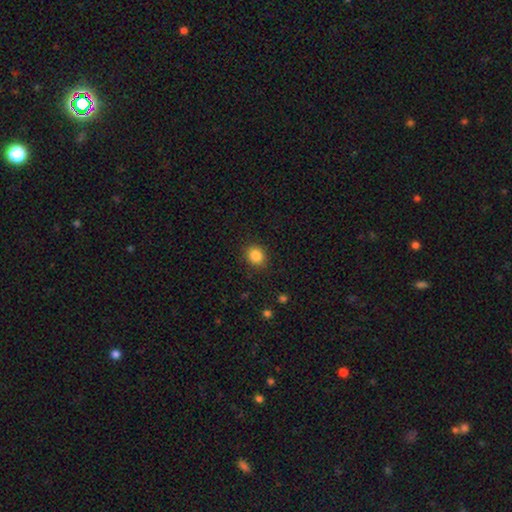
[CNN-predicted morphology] A smooth galaxy with no disk features (85%) that is round (73%).

Vote fractions:
- Smooth or featured? smooth: 85% / star or artifact: 10% / featured or disk: 5%
- How rounded? round: 73% / in between: 26% / cigar-shaped: 1%
- Merging? none: 88% / minor disturbance: 8% / major disturbance: 3% / merger: 1%